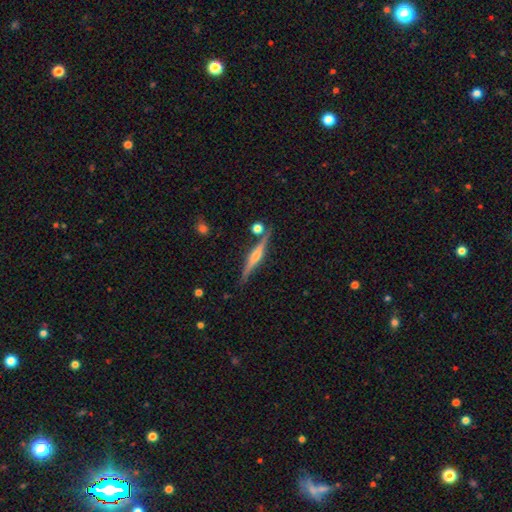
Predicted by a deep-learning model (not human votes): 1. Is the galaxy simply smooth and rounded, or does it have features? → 76% featured or disk, 17% smooth, 7% star or artifact.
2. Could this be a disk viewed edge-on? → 98% yes, 2% no.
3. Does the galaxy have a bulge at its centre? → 85% rounded, 8% boxy, 7% none.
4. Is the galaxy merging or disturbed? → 84% none, 9% minor disturbance, 5% merger, 2% major disturbance.